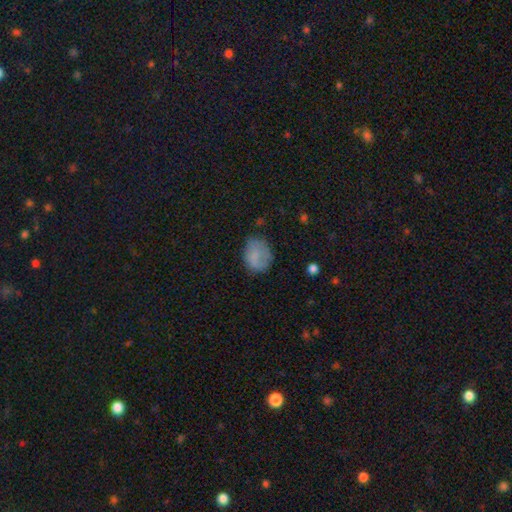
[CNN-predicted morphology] The model was most divided on "how rounded": round: 51%, in between: 48%, cigar-shaped: 1%. More confident: smooth or featured — smooth (78%); merging — none (61%).